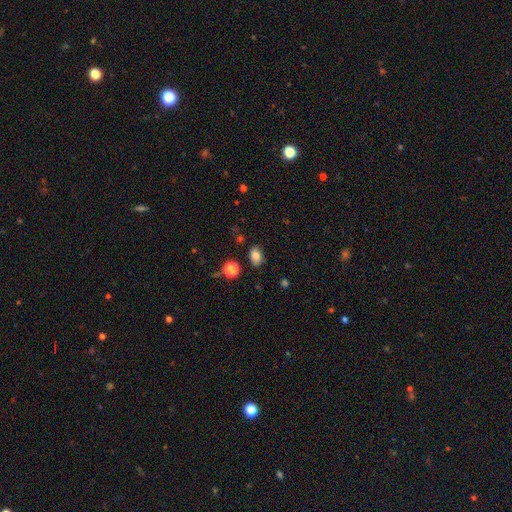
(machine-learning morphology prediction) smooth 79%, star or artifact 12%, featured or disk 9%. Down the decision tree: how rounded — in between (74%); merging — none (80%).